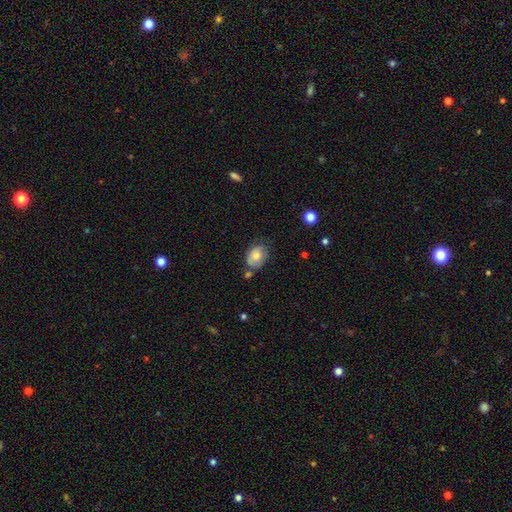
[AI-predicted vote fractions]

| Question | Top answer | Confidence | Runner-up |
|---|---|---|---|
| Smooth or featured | smooth | 69% | featured or disk (23%) |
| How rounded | in between | 71% | round (28%) |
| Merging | none | 50% | minor disturbance (31%) |